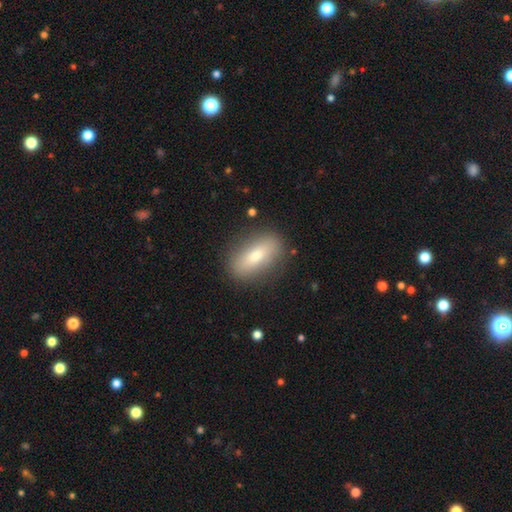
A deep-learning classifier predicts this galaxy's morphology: This appears to be a smooth galaxy with no disk features (68%) that is in between round and cigar-shaped (78%). Merging: none (85%).